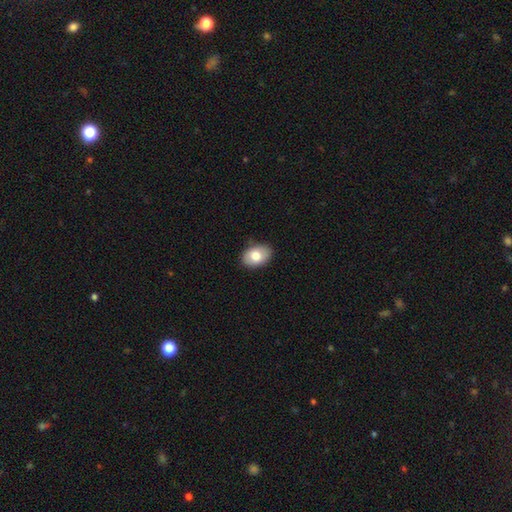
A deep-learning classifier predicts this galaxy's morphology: Smooth or featured? smooth (78%)
How rounded? in between (84%)
Merging? none (83%)